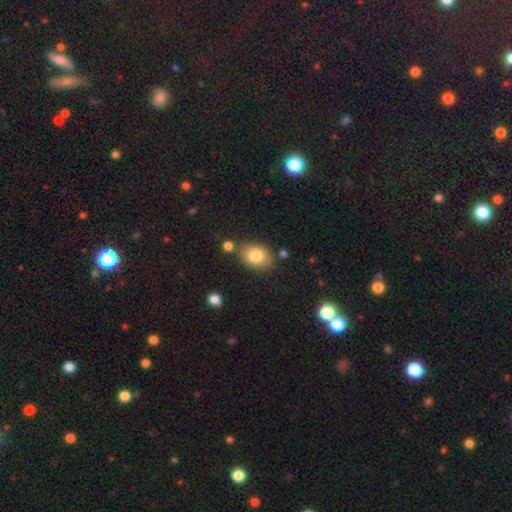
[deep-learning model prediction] Q: Smooth or featured?
A: smooth (81%); runner-up: featured or disk (11%)
Q: How rounded?
A: in between (73%); runner-up: round (26%)
Q: Merging?
A: none (75%); runner-up: minor disturbance (13%)